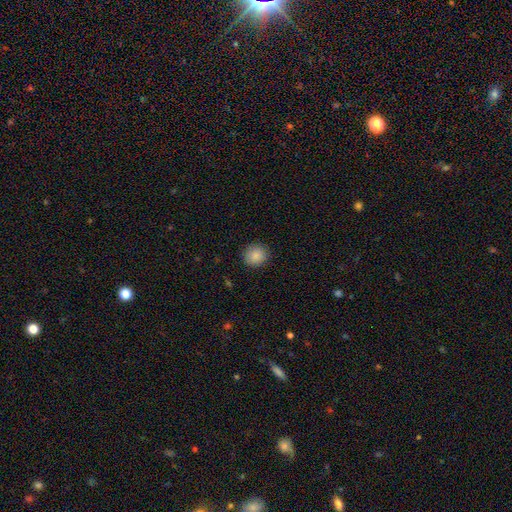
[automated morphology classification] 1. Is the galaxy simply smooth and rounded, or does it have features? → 87% smooth, 9% star or artifact, 4% featured or disk.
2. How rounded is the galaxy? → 87% round, 13% in between, 1% cigar-shaped.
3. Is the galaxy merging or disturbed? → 89% none, 8% minor disturbance, 2% major disturbance, 1% merger.